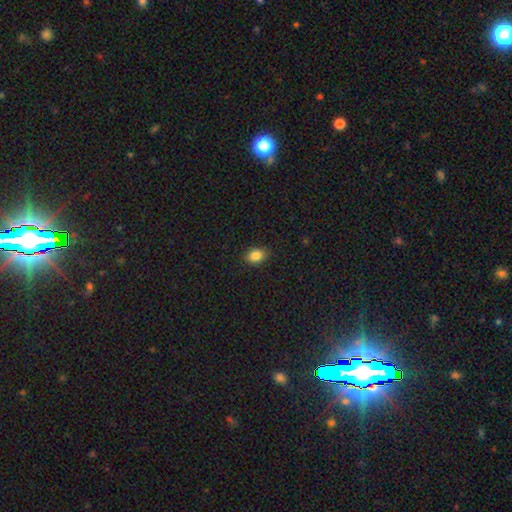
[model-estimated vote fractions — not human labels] Smooth or featured? Predicted: smooth (p=0.85). How rounded? Predicted: in between (p=0.70). Merging? Predicted: none (p=0.88).